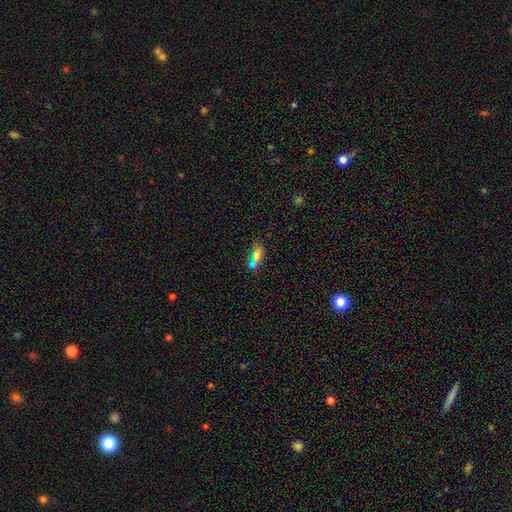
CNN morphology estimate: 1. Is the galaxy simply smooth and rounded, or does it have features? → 57% smooth, 22% star or artifact, 20% featured or disk.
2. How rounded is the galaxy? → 75% in between, 15% cigar-shaped, 10% round.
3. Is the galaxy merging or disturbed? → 51% none, 19% minor disturbance, 17% merger, 13% major disturbance.